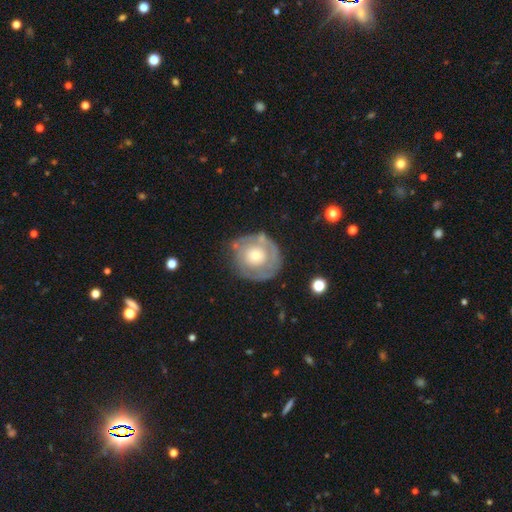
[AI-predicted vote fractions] Smooth or featured? featured or disk (60%)
Edge-on disk? no (96%)
Bar? no (88%)
Spiral arms? no (59%)
Bulge size? small (46%)
Merging? none (67%)